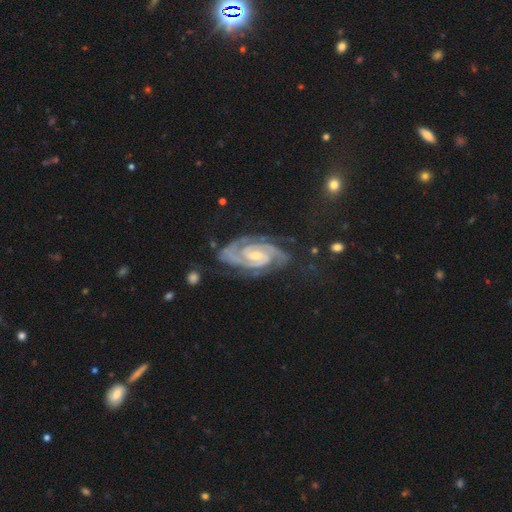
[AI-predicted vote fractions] A featured or disk galaxy (92%) with a weak bar (46%), 2 (80%) tight (73%) spiral arms (99%) and a small central bulge (57%).

Vote fractions:
- Smooth or featured? featured or disk: 92% / star or artifact: 5% / smooth: 3%
- Edge-on disk? no: 97% / yes: 3%
- Bar? weak: 46% / no: 33% / strong: 21%
- Spiral arms? yes: 99% / no: 1%
- Spiral winding? tight: 73% / medium: 24% / loose: 3%
- Spiral arm count? 2: 80% / 3: 9% / can't tell: 4% / 4: 3% / 1: 2% / more than 4: 2%
- Bulge size? small: 57% / moderate: 37% / none: 3% / large: 2% / dominant: 1%
- Merging? none: 74% / minor disturbance: 18% / major disturbance: 6% / merger: 2%